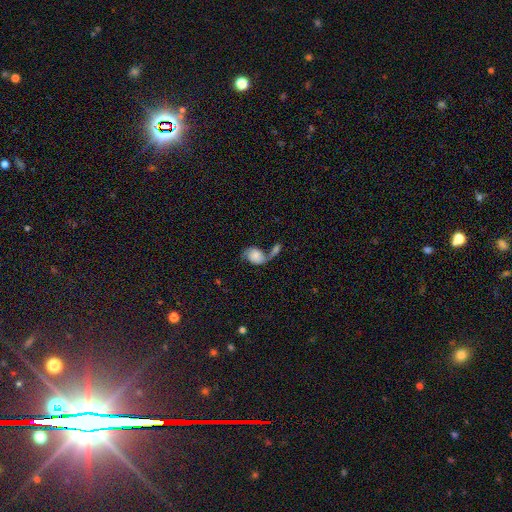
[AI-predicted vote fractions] Smooth or featured? smooth (46%)
Merging? merger (50%)